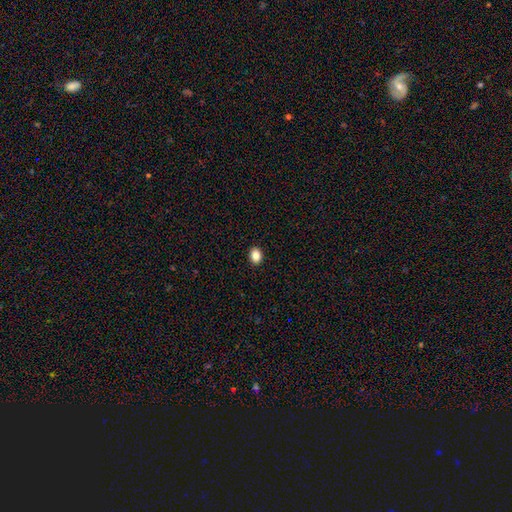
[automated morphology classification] Smooth or featured?
  - smooth: 86% *
  - star or artifact: 10%
  - featured or disk: 4%
How rounded?
  - in between: 61% *
  - round: 38%
  - cigar-shaped: 1%
Merging?
  - none: 92% *
  - minor disturbance: 6%
  - major disturbance: 2%
  - merger: 1%